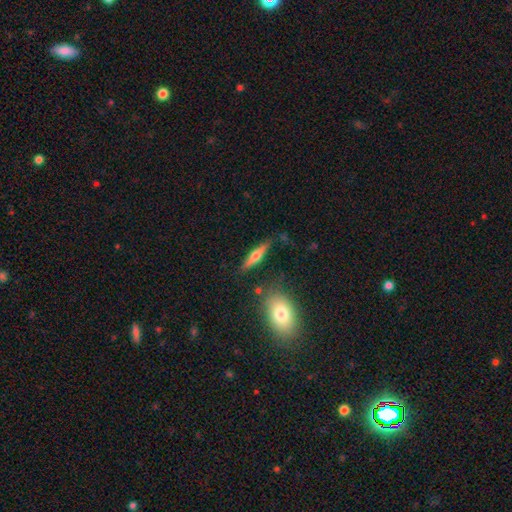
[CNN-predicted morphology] Smooth or featured?
  - featured or disk: 55% *
  - smooth: 39%
  - star or artifact: 6%
Edge-on disk?
  - yes: 94% *
  - no: 6%
Edge-on bulge?
  - rounded: 92% *
  - boxy: 4%
  - none: 4%
Merging?
  - none: 82% *
  - minor disturbance: 11%
  - merger: 4%
  - major disturbance: 3%